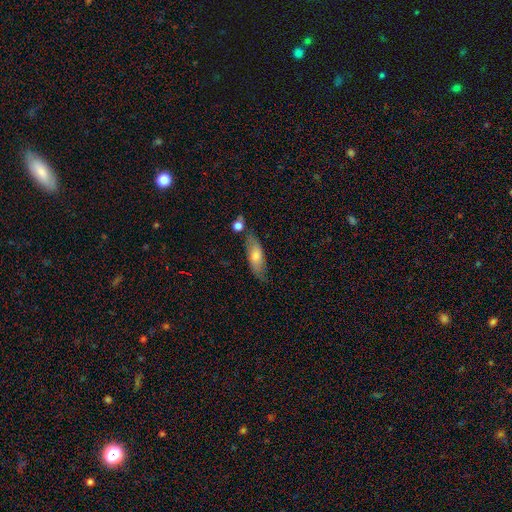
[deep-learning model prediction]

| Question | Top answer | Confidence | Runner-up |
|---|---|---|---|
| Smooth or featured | smooth | 63% | featured or disk (31%) |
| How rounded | in between | 60% | cigar-shaped (37%) |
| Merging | none | 65% | minor disturbance (20%) |